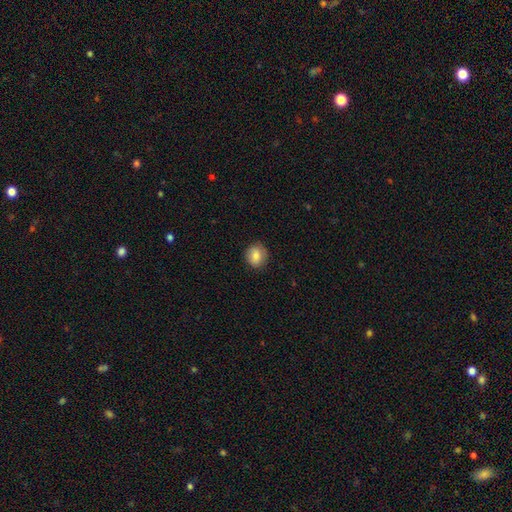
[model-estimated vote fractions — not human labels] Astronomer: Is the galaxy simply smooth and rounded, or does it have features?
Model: smooth — 82%.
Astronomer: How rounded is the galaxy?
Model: round — 77%.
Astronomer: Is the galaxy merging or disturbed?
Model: none — 86%.